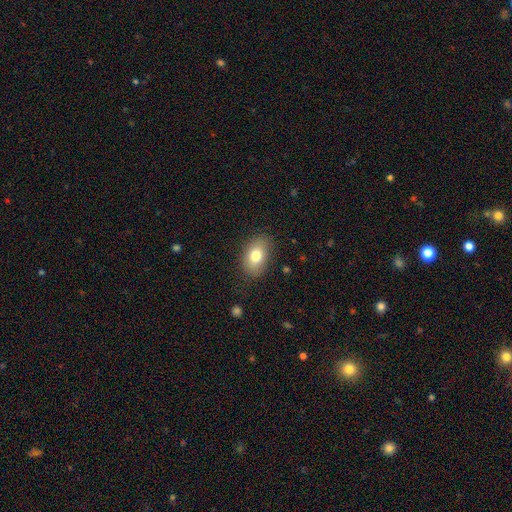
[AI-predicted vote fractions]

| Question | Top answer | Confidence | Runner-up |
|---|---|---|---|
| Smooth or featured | smooth | 78% | featured or disk (14%) |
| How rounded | in between | 86% | round (13%) |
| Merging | none | 81% | minor disturbance (14%) |